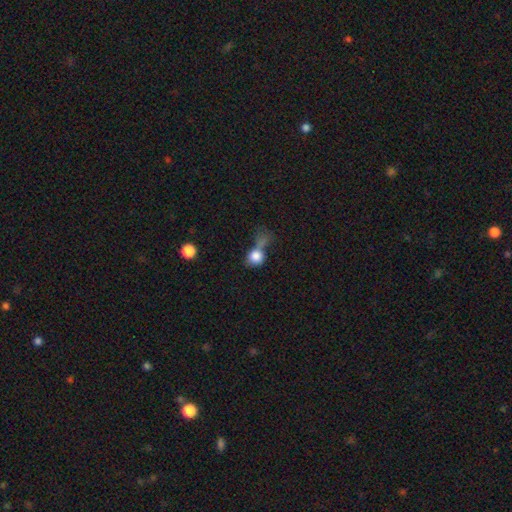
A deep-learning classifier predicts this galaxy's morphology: Smooth or featured? smooth (78%)
How rounded? round (72%)
Merging? major disturbance (30%)